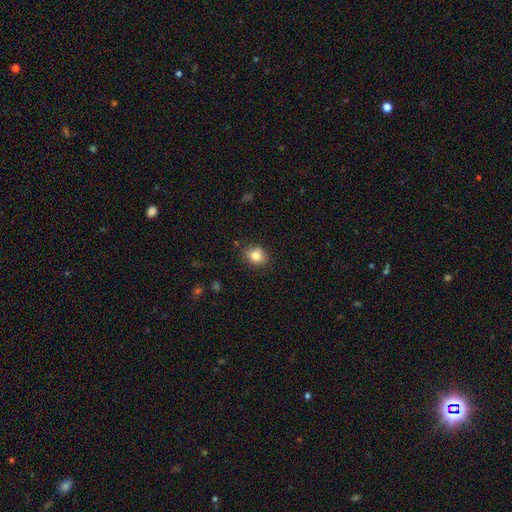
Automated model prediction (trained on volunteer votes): Smooth or featured? Predicted: smooth (p=0.81). How rounded? Predicted: round (p=0.59). Merging? Predicted: none (p=0.83).